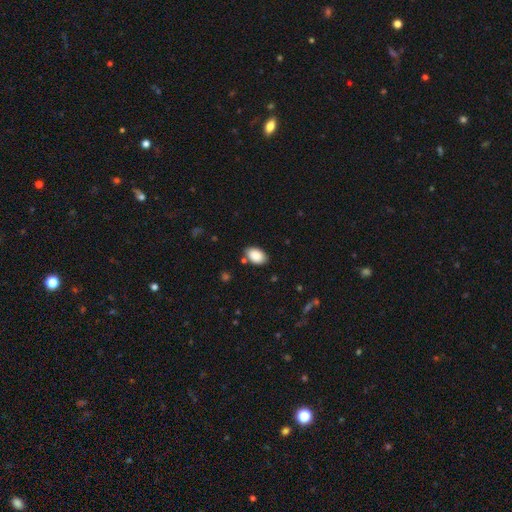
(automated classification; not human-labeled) The model was most divided on "merging": none: 82%, minor disturbance: 12%, merger: 3%, major disturbance: 3%. More confident: how rounded — in between (90%); smooth or featured — smooth (88%).